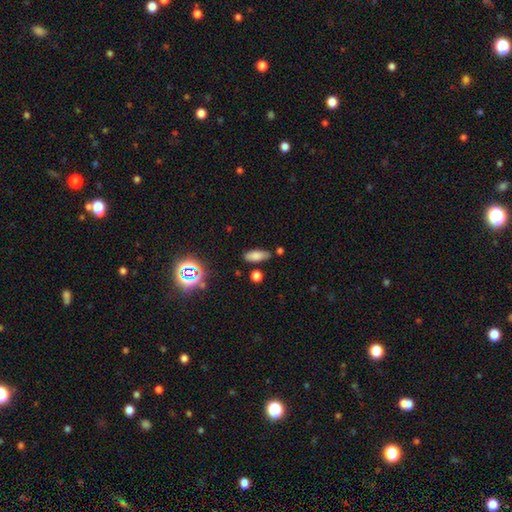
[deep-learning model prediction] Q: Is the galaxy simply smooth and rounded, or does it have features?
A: smooth — 75%.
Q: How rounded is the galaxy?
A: in between — 76%.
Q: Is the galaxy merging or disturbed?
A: none — 75%.